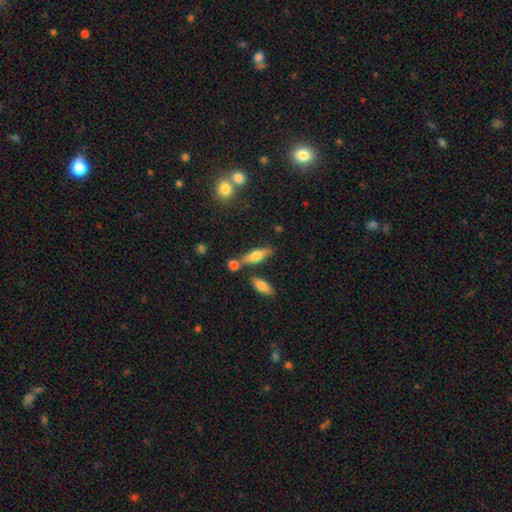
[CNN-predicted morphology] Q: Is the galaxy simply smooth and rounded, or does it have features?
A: smooth — 66%.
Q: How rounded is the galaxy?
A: in between — 50%.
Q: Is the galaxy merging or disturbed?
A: none — 66%.